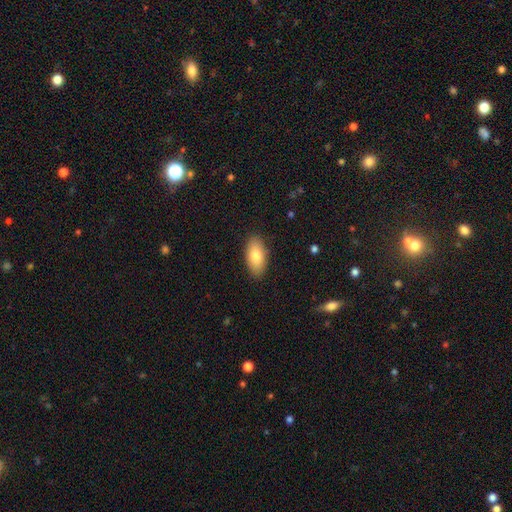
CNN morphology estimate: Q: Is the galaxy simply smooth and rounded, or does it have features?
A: smooth — 81%.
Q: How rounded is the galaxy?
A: in between — 88%.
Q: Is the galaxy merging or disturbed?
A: none — 87%.